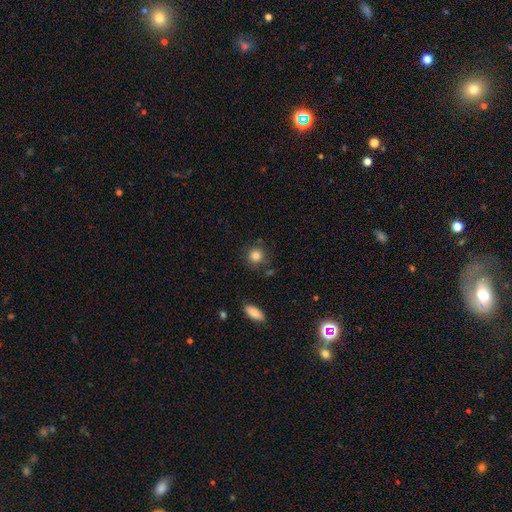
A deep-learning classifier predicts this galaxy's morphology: A smooth galaxy with no disk features (83%) that is round (89%).

Vote fractions:
- Smooth or featured? smooth: 83% / star or artifact: 10% / featured or disk: 7%
- How rounded? round: 89% / in between: 10% / cigar-shaped: 1%
- Merging? none: 79% / minor disturbance: 12% / merger: 5% / major disturbance: 4%